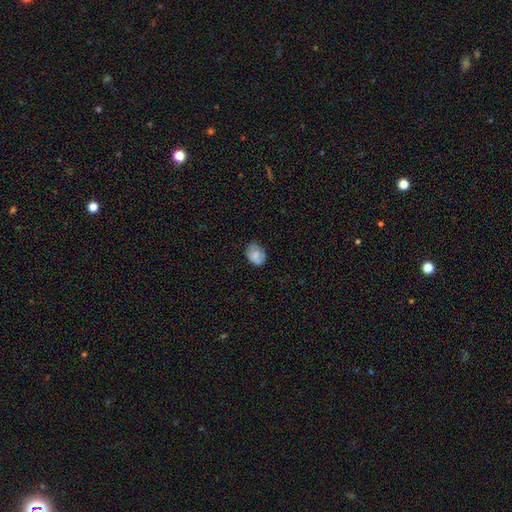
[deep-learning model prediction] smooth 73%, featured or disk 17%, star or artifact 10%. Down the decision tree: how rounded — in between (59%); merging — none (66%).